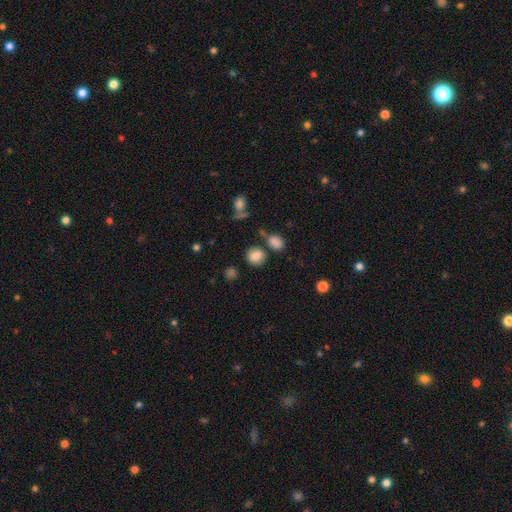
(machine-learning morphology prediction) type=smooth (83%); roundness=round (74%); merging=none (77%).